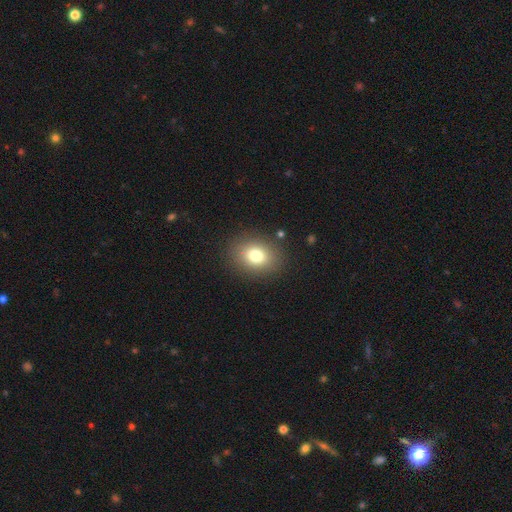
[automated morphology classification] smooth_or_featured: smooth (p=0.79) [alt: star or artifact p=0.11]
how_rounded: in between (p=0.54) [alt: round p=0.45]
merging: none (p=0.86) [alt: minor disturbance p=0.09]